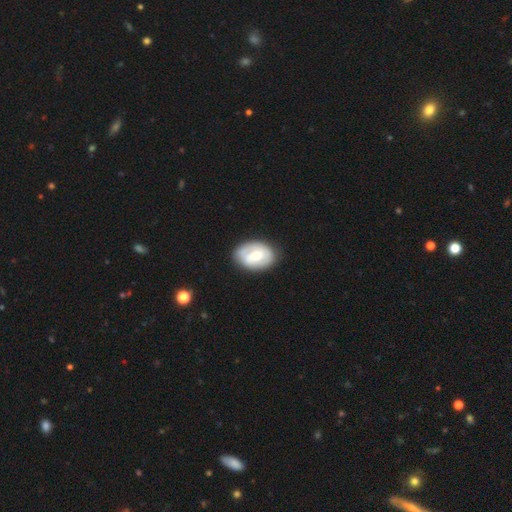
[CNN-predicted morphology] The model was most divided on "smooth or featured": featured or disk: 53%, smooth: 42%, star or artifact: 6%. More confident: edge-on disk — no (95%); merging — none (79%).